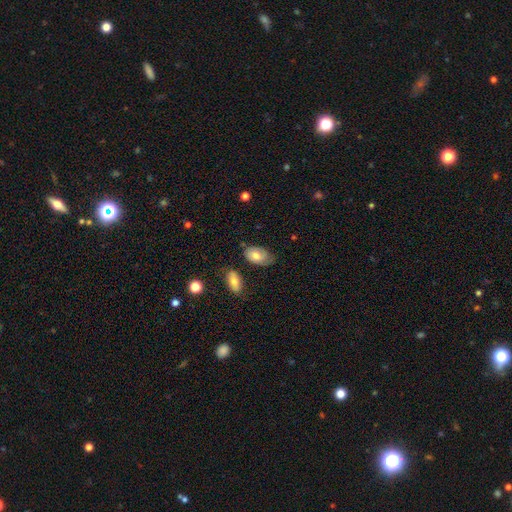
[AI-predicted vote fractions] Q: Smooth or featured?
A: smooth (64%); runner-up: featured or disk (29%)
Q: How rounded?
A: in between (91%); runner-up: round (7%)
Q: Merging?
A: none (57%); runner-up: minor disturbance (30%)